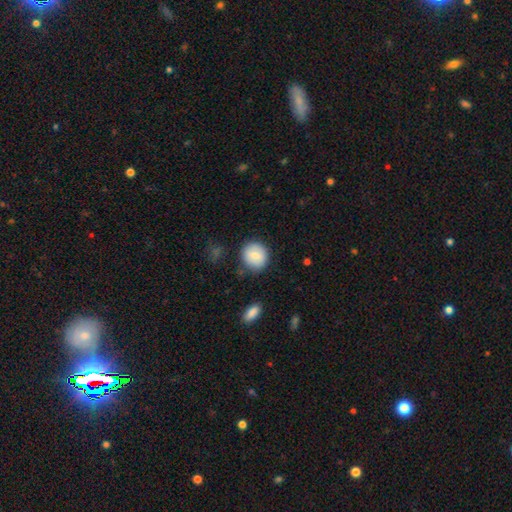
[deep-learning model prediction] smooth-or-featured: smooth: 78% | featured or disk: 14% | star or artifact: 7%
  how-rounded: round: 85% | in between: 14% | cigar-shaped: 1%
  merging: none: 81% | minor disturbance: 13% | major disturbance: 3% | merger: 2%